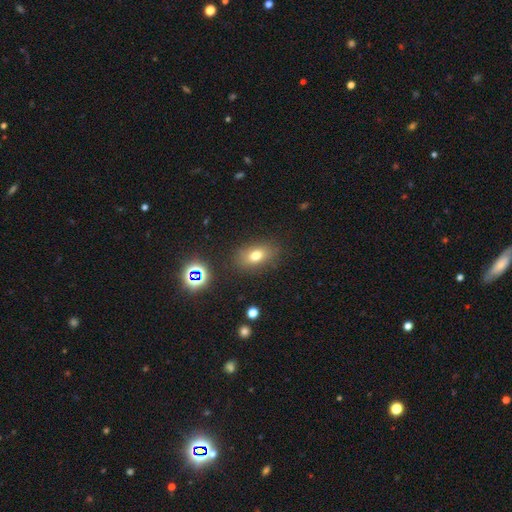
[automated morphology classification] smooth-or-featured: smooth: 72% | star or artifact: 15% | featured or disk: 13%
  how-rounded: in between: 78% | round: 19% | cigar-shaped: 3%
  merging: none: 84% | minor disturbance: 11% | major disturbance: 4% | merger: 2%